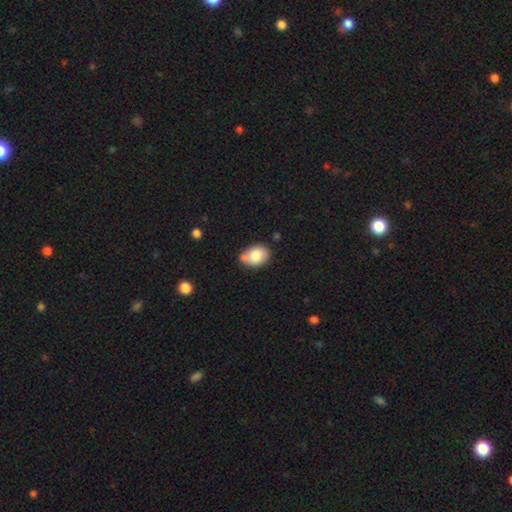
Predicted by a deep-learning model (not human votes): smooth_or_featured: smooth (p=0.81) [alt: featured or disk p=0.12]
how_rounded: in between (p=0.73) [alt: round p=0.26]
merging: none (p=0.58) [alt: minor disturbance p=0.22]